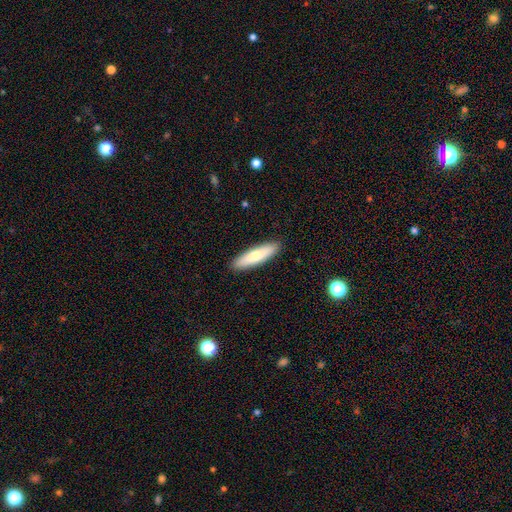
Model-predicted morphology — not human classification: Smooth or featured? Predicted: smooth (p=0.72). How rounded? Predicted: cigar-shaped (p=0.72). Merging? Predicted: none (p=0.90).